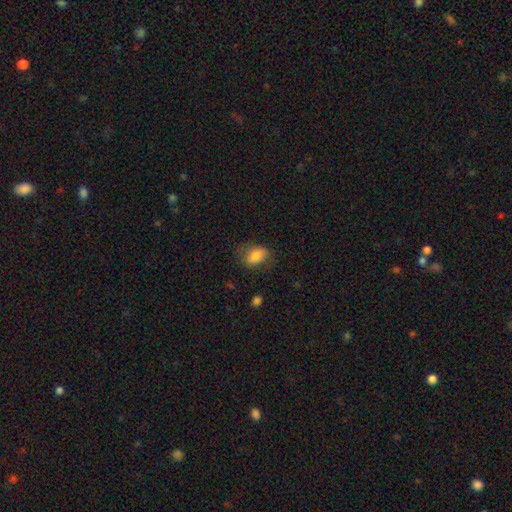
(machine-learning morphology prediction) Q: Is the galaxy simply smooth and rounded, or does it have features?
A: smooth — 79%.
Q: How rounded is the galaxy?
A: in between — 85%.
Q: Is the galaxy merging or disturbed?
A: none — 63%.